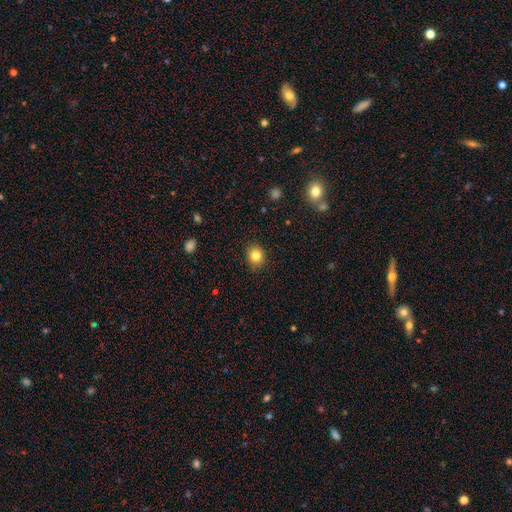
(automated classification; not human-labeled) Overall: smooth (83%). How rounded: round (75%). Merging: none (89%).